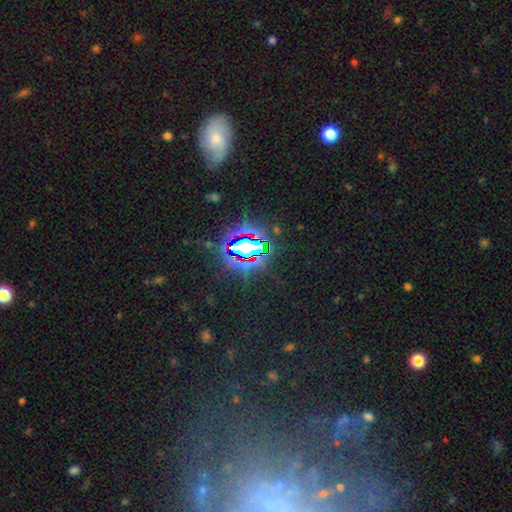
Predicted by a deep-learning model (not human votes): Smooth or featured? star or artifact (78%)